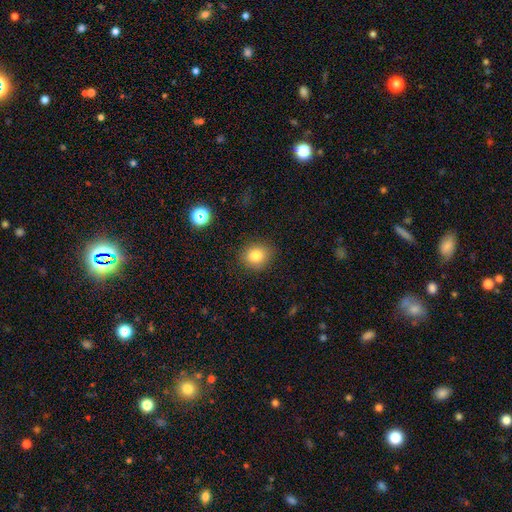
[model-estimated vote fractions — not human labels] A smooth galaxy with no disk features (83%) that is round (74%).

Vote fractions:
- Smooth or featured? smooth: 83% / star or artifact: 11% / featured or disk: 6%
- How rounded? round: 74% / in between: 25% / cigar-shaped: 1%
- Merging? none: 86% / minor disturbance: 10% / major disturbance: 3% / merger: 1%